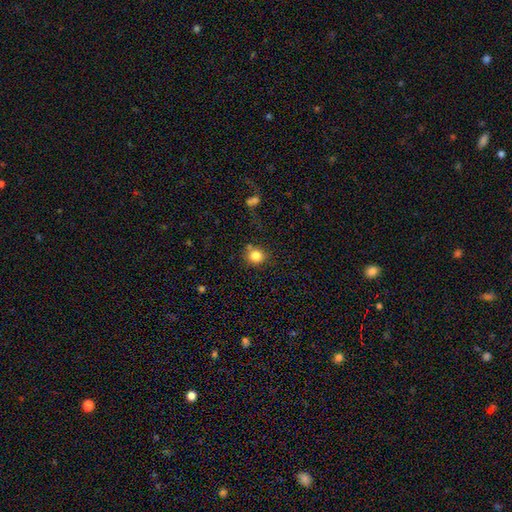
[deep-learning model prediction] Smooth or featured: smooth — 82% (star or artifact — 12%)
How rounded: round — 83% (in between — 16%)
Merging: none — 75% (minor disturbance — 14%)